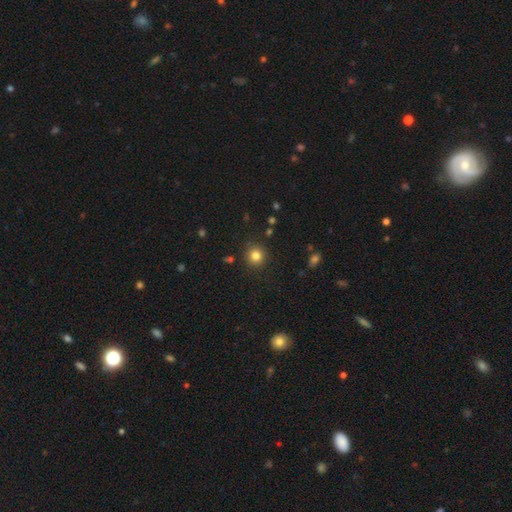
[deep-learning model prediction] Overall: smooth (82%). How rounded: round (94%). Merging: none (90%).